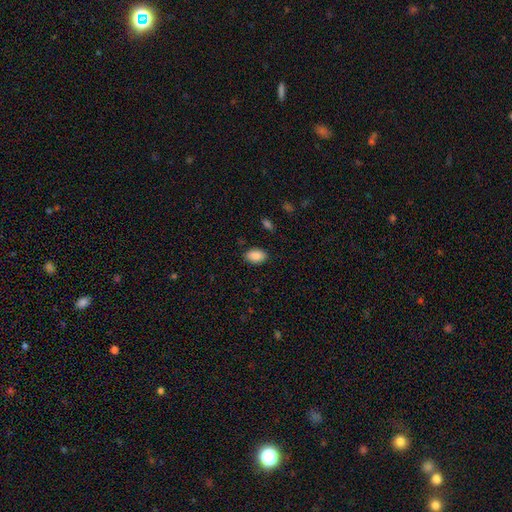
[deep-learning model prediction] The model was most divided on "merging": none: 87%, minor disturbance: 10%, major disturbance: 3%, merger: 1%. More confident: how rounded — in between (91%); smooth or featured — smooth (89%).